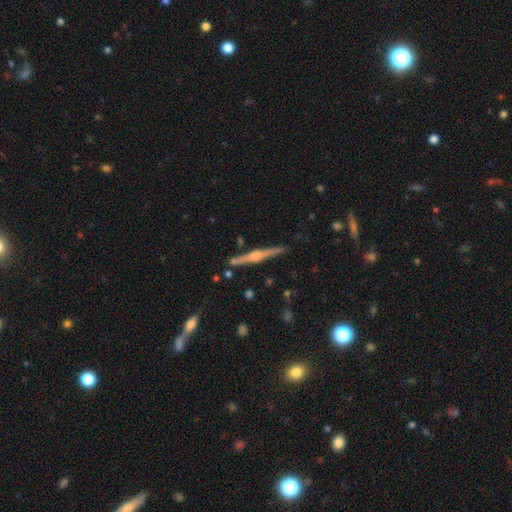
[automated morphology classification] The model was most divided on "smooth or featured": featured or disk: 82%, smooth: 13%, star or artifact: 6%. More confident: edge-on disk — yes (98%); merging — none (90%); edge-on bulge — rounded (86%).